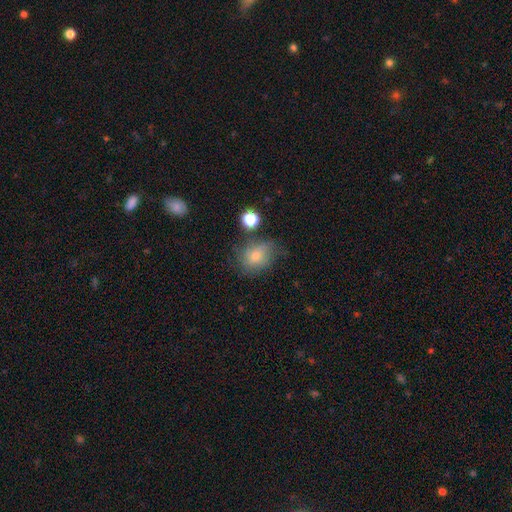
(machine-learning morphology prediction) type=smooth (64%); roundness=in between (51%); merging=none (57%).